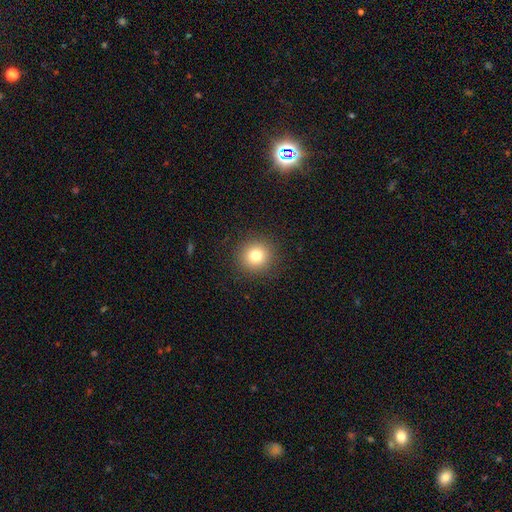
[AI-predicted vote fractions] smooth_or_featured: smooth (p=0.80) [alt: star or artifact p=0.12]
how_rounded: round (p=0.93) [alt: in between p=0.06]
merging: none (p=0.91) [alt: minor disturbance p=0.05]